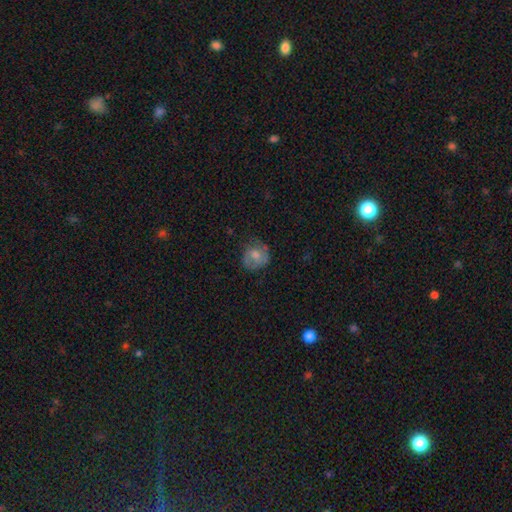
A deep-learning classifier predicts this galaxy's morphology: Smooth or featured? Predicted: smooth (p=0.64). How rounded? Predicted: round (p=0.76). Merging? Predicted: none (p=0.58).